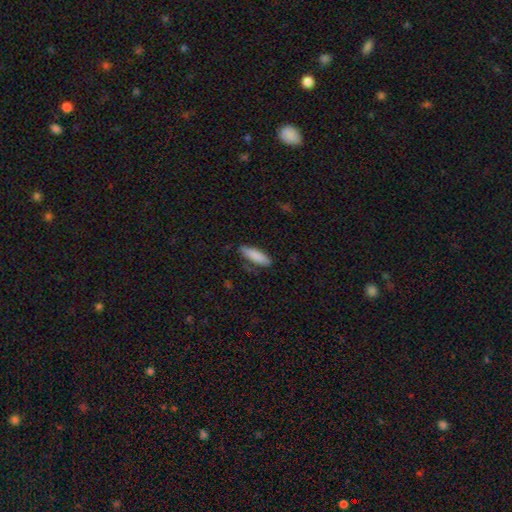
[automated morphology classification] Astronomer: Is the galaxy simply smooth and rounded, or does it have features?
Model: smooth — 86%.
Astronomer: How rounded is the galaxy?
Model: cigar-shaped — 52% (runner-up: in between, 46%).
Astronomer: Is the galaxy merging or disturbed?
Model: none — 78%.